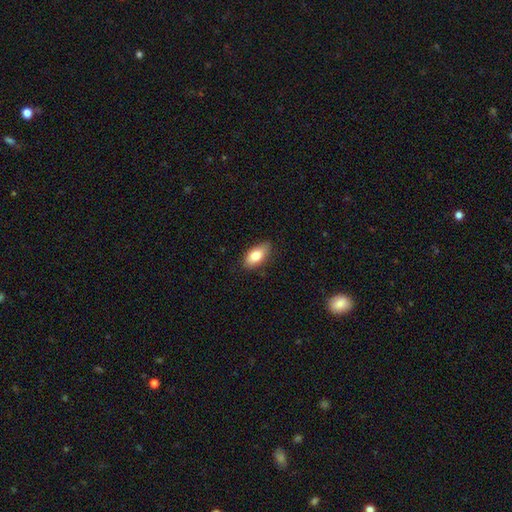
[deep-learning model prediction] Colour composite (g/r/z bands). It shows a smooth galaxy with no disk features (82%) that is in between round and cigar-shaped (90%). Merging: none (80%).